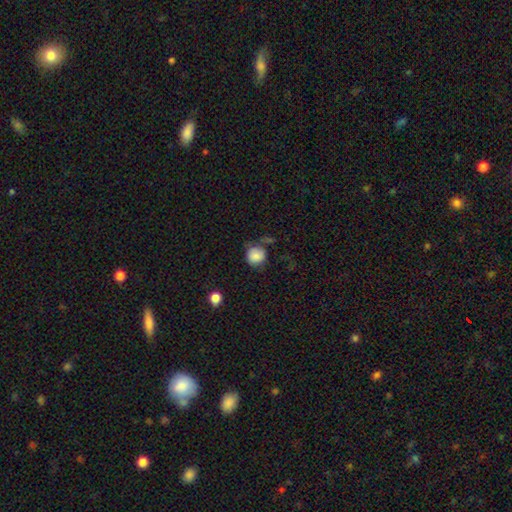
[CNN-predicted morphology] smooth_or_featured: smooth (p=0.82) [alt: featured or disk p=0.09]
how_rounded: round (p=0.87) [alt: in between p=0.12]
merging: none (p=0.61) [alt: minor disturbance p=0.24]